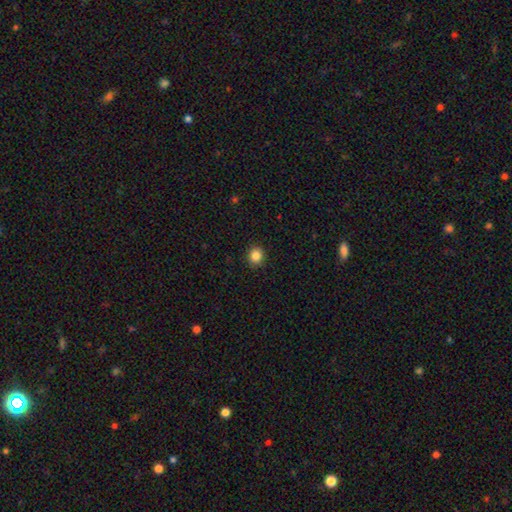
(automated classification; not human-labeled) Morphology: type=smooth (86%); roundness=round (85%); merging=none (92%).